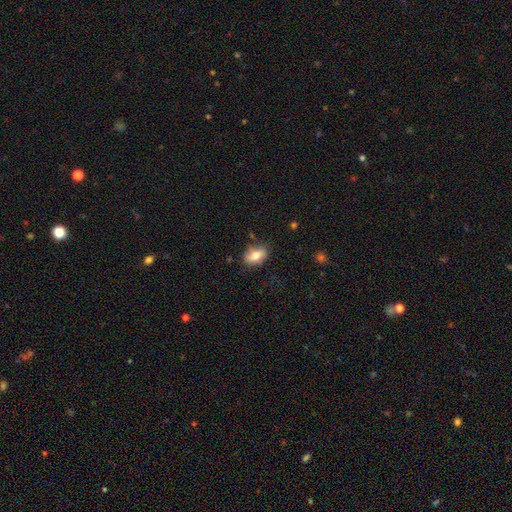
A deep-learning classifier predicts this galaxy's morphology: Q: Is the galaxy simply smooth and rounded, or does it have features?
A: smooth — 75%.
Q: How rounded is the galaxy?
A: in between — 85%.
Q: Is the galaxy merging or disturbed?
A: none — 78%.